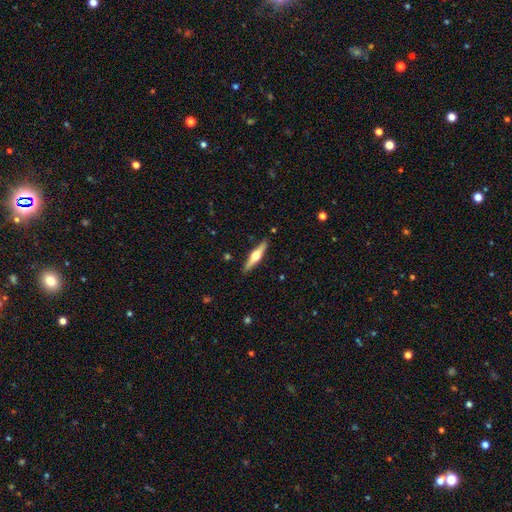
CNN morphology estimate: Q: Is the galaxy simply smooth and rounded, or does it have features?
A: featured or disk — 66%.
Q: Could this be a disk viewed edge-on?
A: yes — 97%.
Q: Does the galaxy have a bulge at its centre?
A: rounded — 95%.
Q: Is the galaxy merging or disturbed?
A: none — 90%.